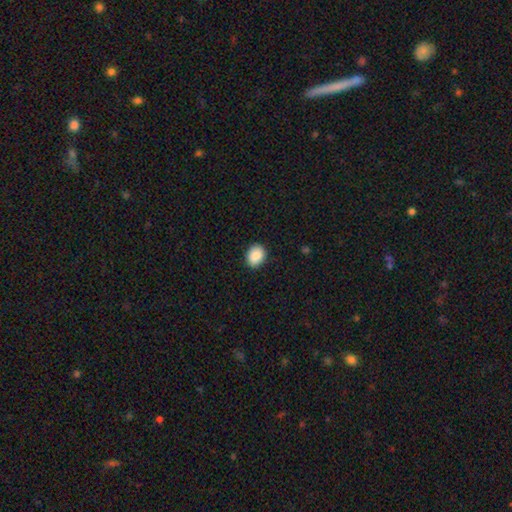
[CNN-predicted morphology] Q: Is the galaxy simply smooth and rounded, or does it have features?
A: smooth — 88%.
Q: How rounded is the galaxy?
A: in between — 52%.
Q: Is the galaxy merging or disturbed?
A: none — 89%.